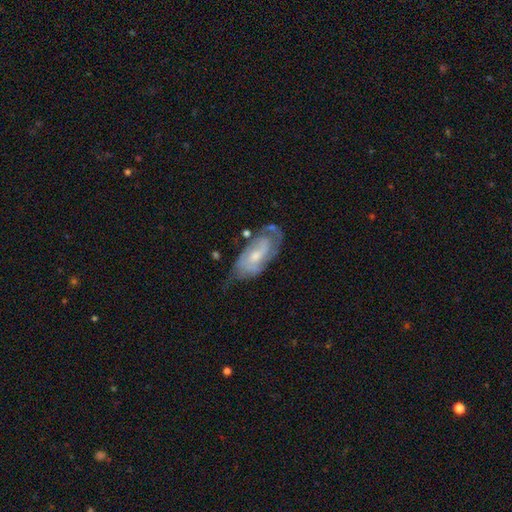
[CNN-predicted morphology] Overall: featured or disk (77%). Edge-on disk: no (93%). Bar: no (55%; weak 38%). Spiral arms: yes (89%). Spiral arm count: 2 (54%; can't tell 28%). Spiral winding: tight (49%; medium 38%). Bulge size: moderate (49%; small 44%). Merging: none (54%; minor disturbance 28%).